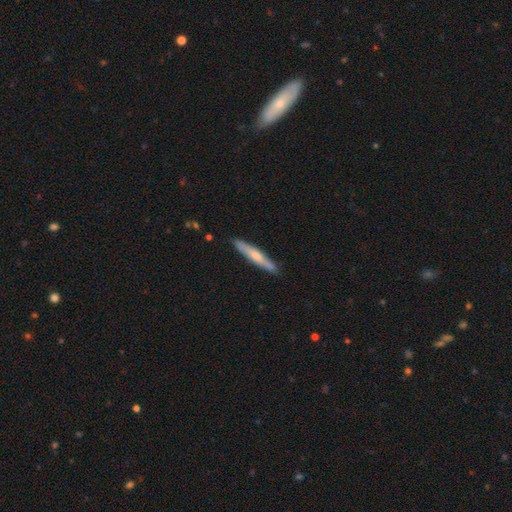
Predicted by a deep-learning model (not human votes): smooth_or_featured: smooth (p=0.55) [alt: featured or disk p=0.40]
how_rounded: cigar-shaped (p=0.94) [alt: in between p=0.05]
merging: none (p=0.89) [alt: minor disturbance p=0.08]